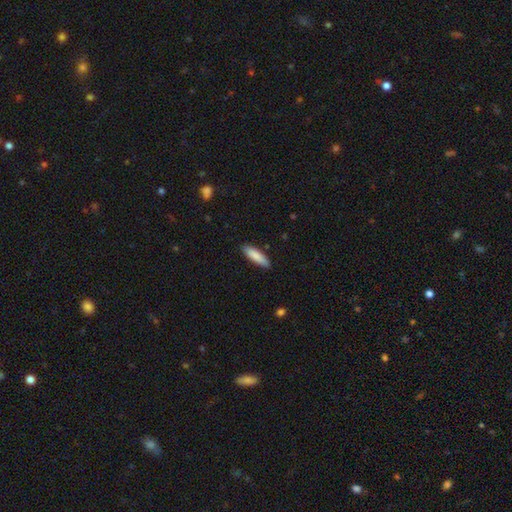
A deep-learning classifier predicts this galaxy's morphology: This is clearly a smooth galaxy (86%). How rounded: likely cigar-shaped (66%). Merging: clearly none (87%).